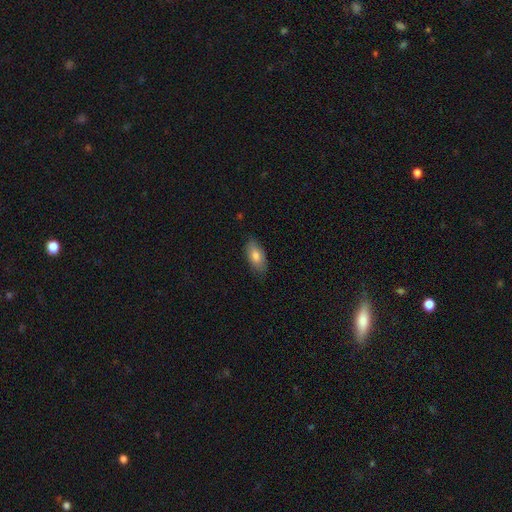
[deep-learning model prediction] This is likely a smooth galaxy (77%). How rounded: clearly in between (89%). Merging: clearly none (80%).